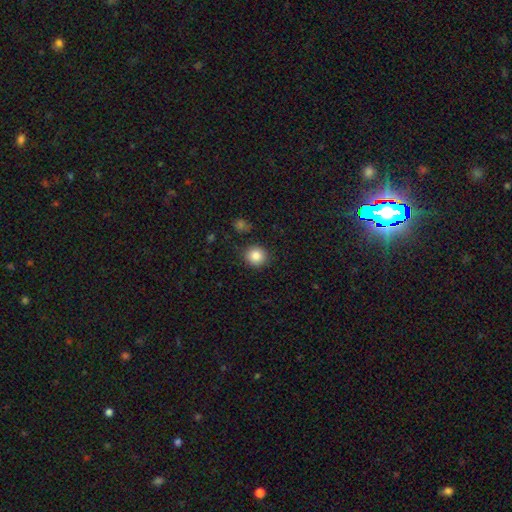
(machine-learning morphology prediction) smooth 85%, star or artifact 10%, featured or disk 5%. Down the decision tree: how rounded — round (88%); merging — none (88%).